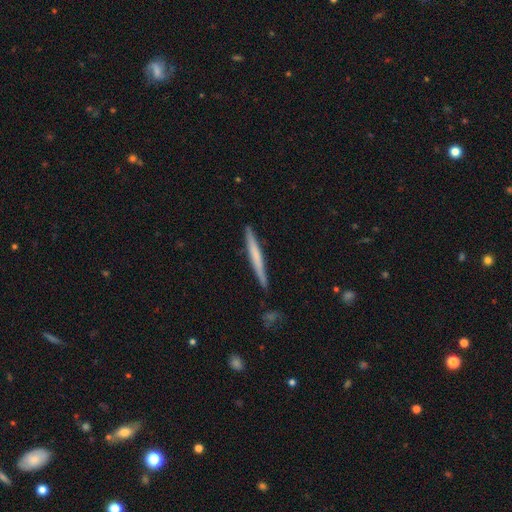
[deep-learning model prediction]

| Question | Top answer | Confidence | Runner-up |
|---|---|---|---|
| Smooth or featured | smooth | 52% | featured or disk (43%) |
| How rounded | cigar-shaped | 97% | in between (2%) |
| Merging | none | 88% | minor disturbance (9%) |